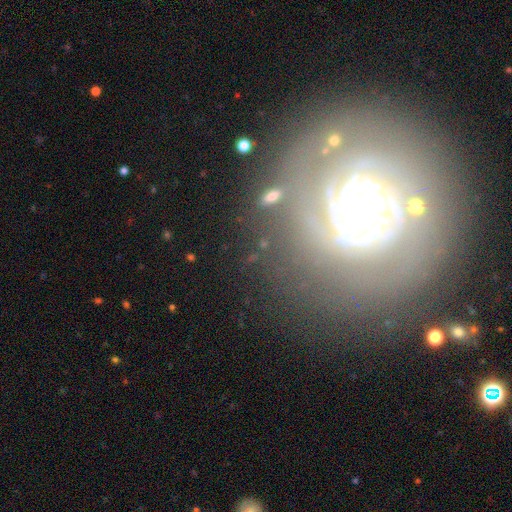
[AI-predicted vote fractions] The model was most divided on "spiral arm count": can't tell: 27%, 2: 25%, 3: 19%, 4: 11%, more than 4: 10%, 1: 9%. More confident: edge-on disk — no (97%); spiral arms — yes (94%); spiral winding — tight (83%); smooth or featured — featured or disk (81%); merging — none (77%); bar — no (67%); bulge size — moderate (50%).